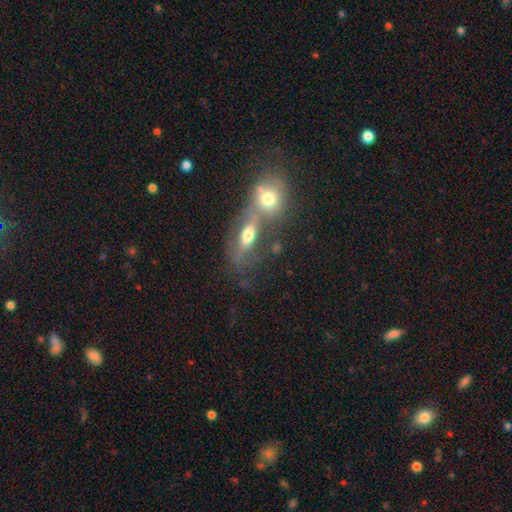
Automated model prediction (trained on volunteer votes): Q: Smooth or featured?
A: smooth (54%); runner-up: featured or disk (25%)
Q: How rounded?
A: round (49%); runner-up: in between (44%)
Q: Merging?
A: merger (73%); runner-up: none (18%)